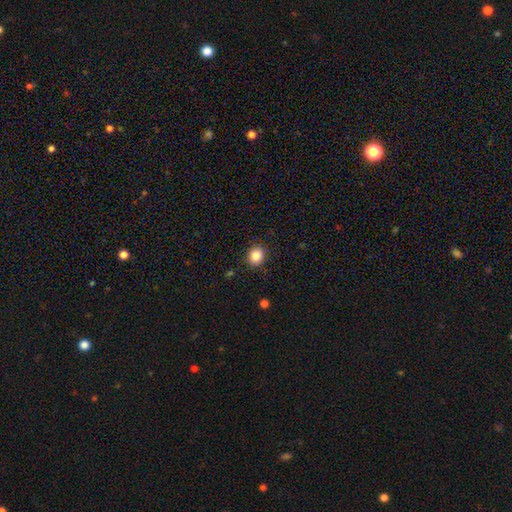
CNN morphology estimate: Smooth or featured?
  - smooth: 85% *
  - star or artifact: 10%
  - featured or disk: 5%
How rounded?
  - round: 78% *
  - in between: 21%
  - cigar-shaped: 1%
Merging?
  - none: 89% *
  - minor disturbance: 8%
  - major disturbance: 2%
  - merger: 1%